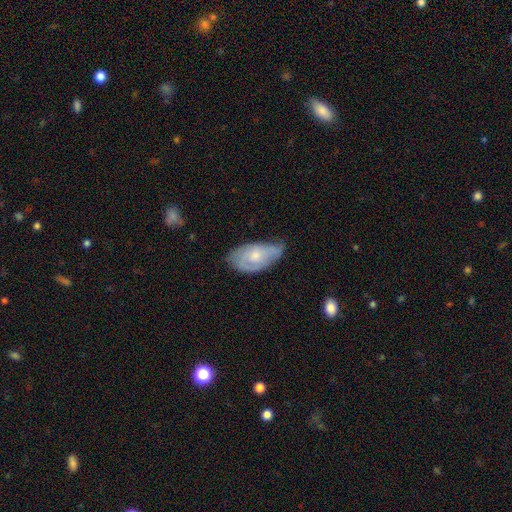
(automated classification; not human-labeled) A featured or disk galaxy (47%).

Vote fractions:
- Smooth or featured? featured or disk: 47% / smooth: 46% / star or artifact: 6%
- Merging? none: 44% / minor disturbance: 42% / major disturbance: 11% / merger: 2%